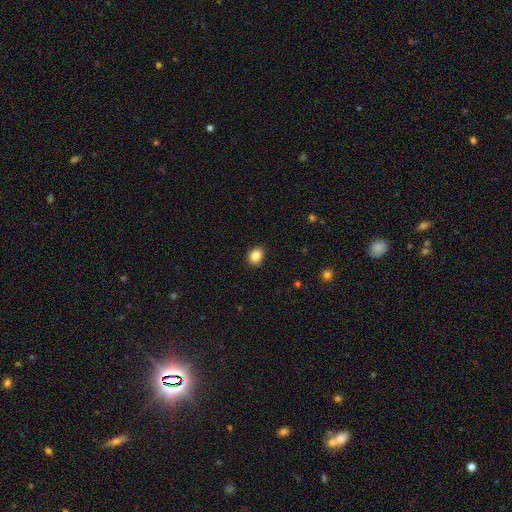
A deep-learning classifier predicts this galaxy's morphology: Smooth or featured: smooth — 85% (star or artifact — 10%)
How rounded: round — 53% (in between — 47%)
Merging: none — 88% (minor disturbance — 9%)